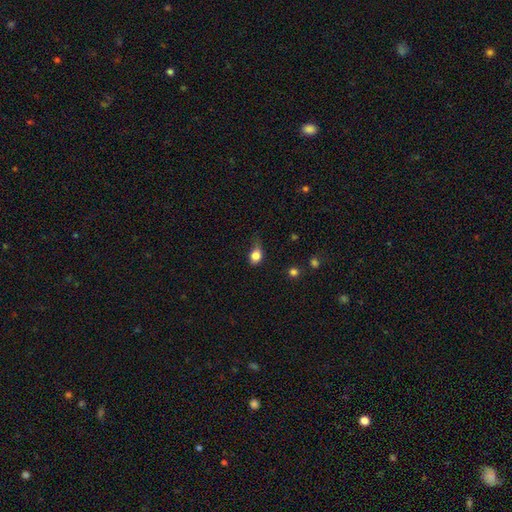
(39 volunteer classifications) This is clearly a smooth galaxy (85%). How rounded: likely round (79%). Merging: likely minor disturbance (63%).